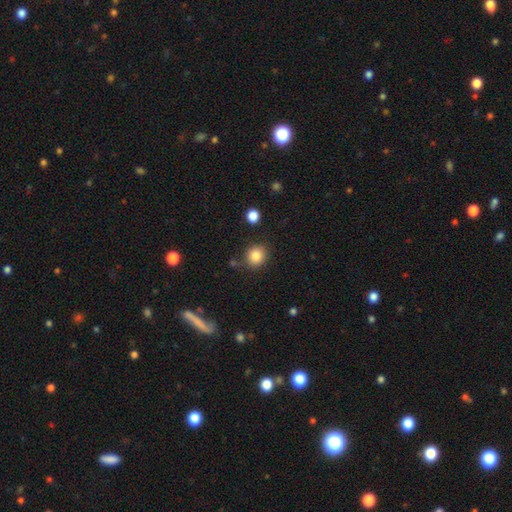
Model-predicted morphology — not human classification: This is clearly a smooth galaxy (85%). How rounded: clearly round (81%). Merging: clearly none (80%).